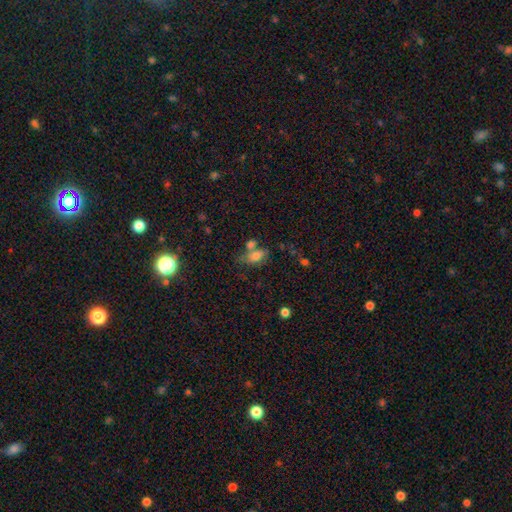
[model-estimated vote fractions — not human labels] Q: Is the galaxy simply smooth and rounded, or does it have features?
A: smooth — 74%.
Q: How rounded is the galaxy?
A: in between — 85%.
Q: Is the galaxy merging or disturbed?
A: none — 41%.